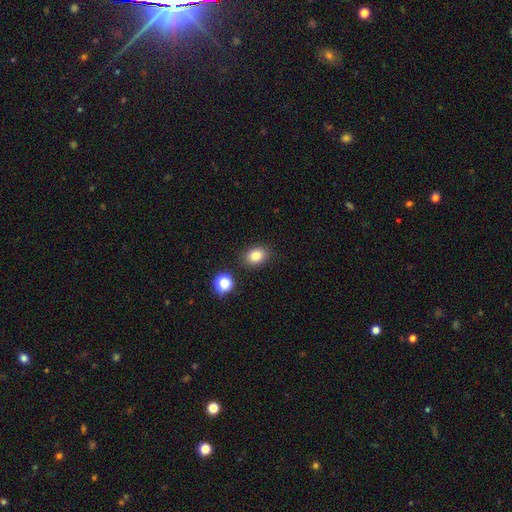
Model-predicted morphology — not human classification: type=smooth (82%); roundness=in between (60%); merging=none (85%).